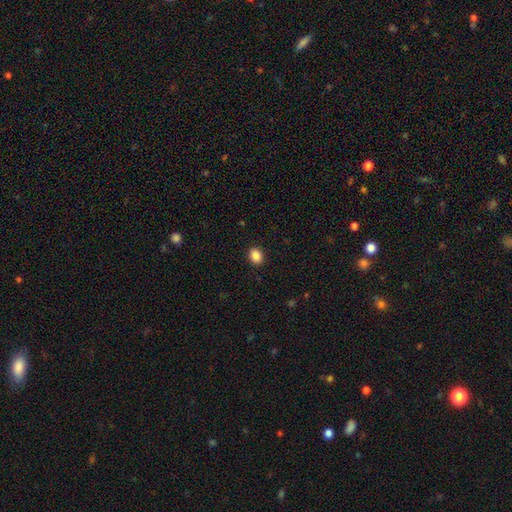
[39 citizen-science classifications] A smooth galaxy with no disk features (85%) that is in between round and cigar-shaped (64%).

Vote fractions:
- Smooth or featured? smooth: 85% / star or artifact: 10% / featured or disk: 5%
- How rounded? in between: 64% / round: 36% / cigar-shaped: 0%
- Merging? none: 91% / minor disturbance: 6% / major disturbance: 3% / merger: 0%